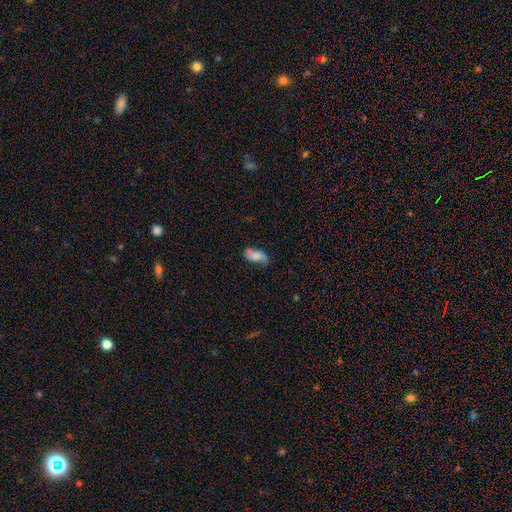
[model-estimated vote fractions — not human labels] Smooth or featured? Predicted: smooth (p=0.53). How rounded? Predicted: in between (p=0.88). Merging? Predicted: none (p=0.47).